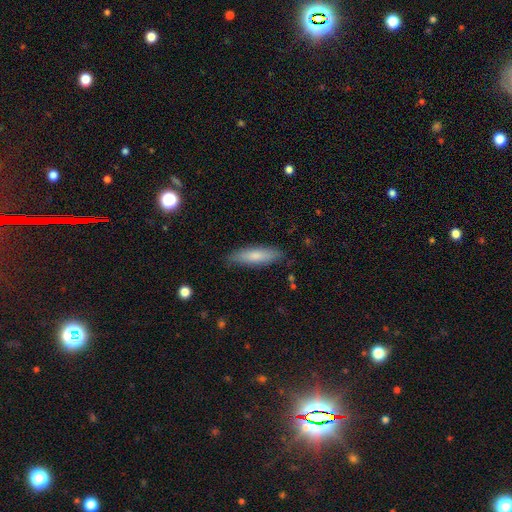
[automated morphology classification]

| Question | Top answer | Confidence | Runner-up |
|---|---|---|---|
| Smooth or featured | smooth | 75% | featured or disk (19%) |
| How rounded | cigar-shaped | 63% | in between (35%) |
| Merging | none | 84% | minor disturbance (12%) |